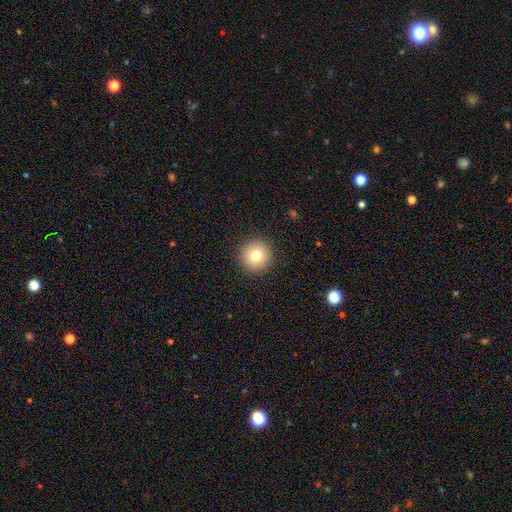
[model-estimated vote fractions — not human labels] Q: Smooth or featured?
A: smooth (78%); runner-up: featured or disk (11%)
Q: How rounded?
A: round (96%); runner-up: in between (3%)
Q: Merging?
A: none (92%); runner-up: minor disturbance (5%)